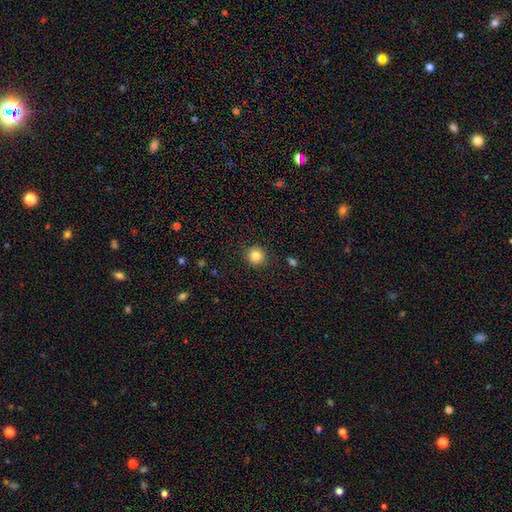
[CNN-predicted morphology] smooth 84%, star or artifact 10%, featured or disk 6%. Down the decision tree: how rounded — round (93%); merging — none (91%).